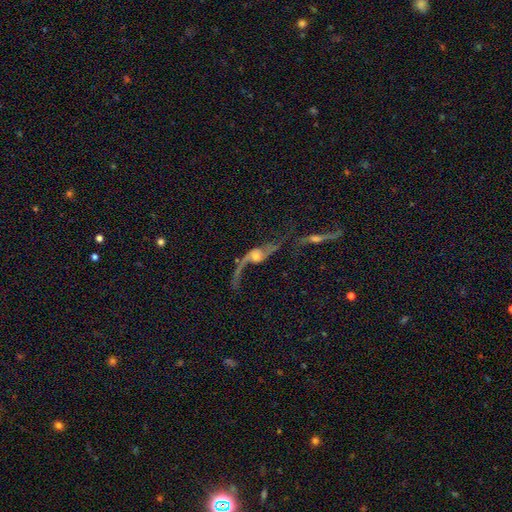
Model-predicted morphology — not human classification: smooth_or_featured: featured or disk (p=0.81) [alt: smooth p=0.10]
disk_edge_on: no (p=0.87) [alt: yes p=0.13]
bar: no (p=0.63) [alt: weak p=0.28]
has_spiral_arms: yes (p=0.88) [alt: no p=0.12]
spiral_winding: loose (p=0.91) [alt: medium p=0.07]
spiral_arm_count: 2 (p=0.79) [alt: 1 p=0.14]
bulge_size: moderate (p=0.48) [alt: small p=0.31]
merging: none (p=0.33) [alt: major disturbance p=0.27]